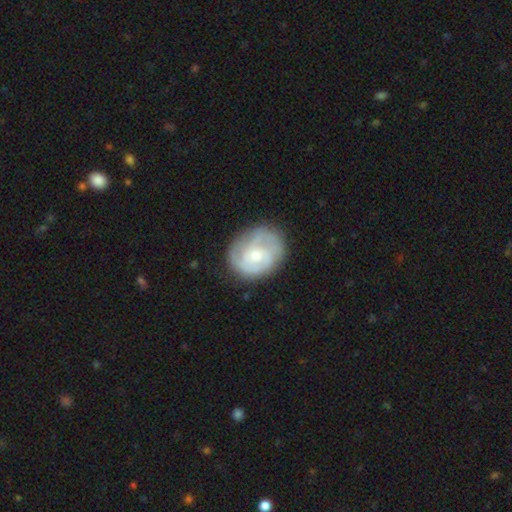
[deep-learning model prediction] A featured or disk galaxy (70%) with no bar (69%), tight (52%) spiral arms (85%) and a small central bulge (48%). Merging: none (71%).